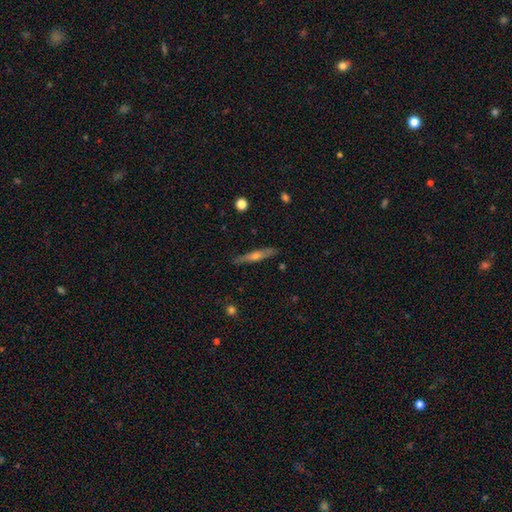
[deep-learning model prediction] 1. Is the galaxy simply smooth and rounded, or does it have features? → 56% featured or disk, 37% smooth, 7% star or artifact.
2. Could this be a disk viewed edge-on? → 93% yes, 7% no.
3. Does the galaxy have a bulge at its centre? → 84% rounded, 12% none, 4% boxy.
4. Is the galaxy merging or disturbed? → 88% none, 9% minor disturbance, 2% major disturbance, 1% merger.